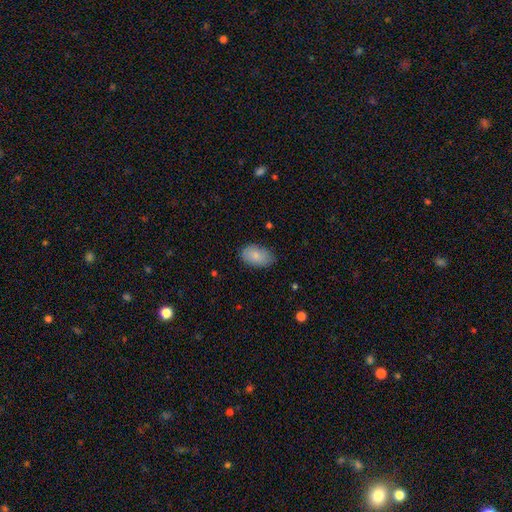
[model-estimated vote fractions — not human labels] Smooth or featured: smooth — 84% (featured or disk — 10%)
How rounded: in between — 92% (round — 6%)
Merging: none — 76% (minor disturbance — 19%)